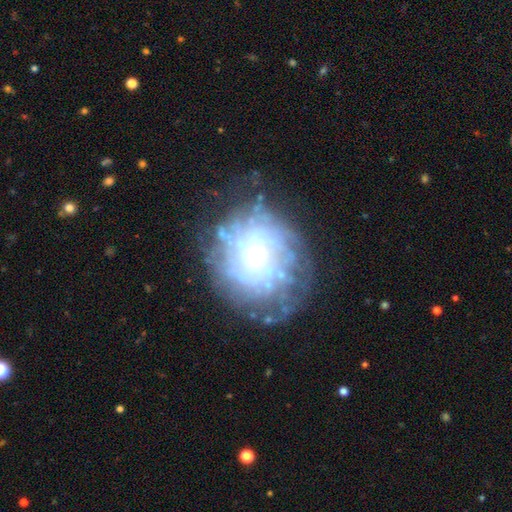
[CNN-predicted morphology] Smooth or featured: featured or disk — 79% (smooth — 12%)
Edge-on disk: no — 97% (yes — 3%)
Bar: no — 47% (weak — 42%)
Spiral arms: yes — 82% (no — 18%)
Spiral winding: tight — 69% (medium — 22%)
Spiral arm count: can't tell — 54% (more than 4 — 16%)
Bulge size: moderate — 57% (small — 34%)
Merging: none — 69% (minor disturbance — 18%)